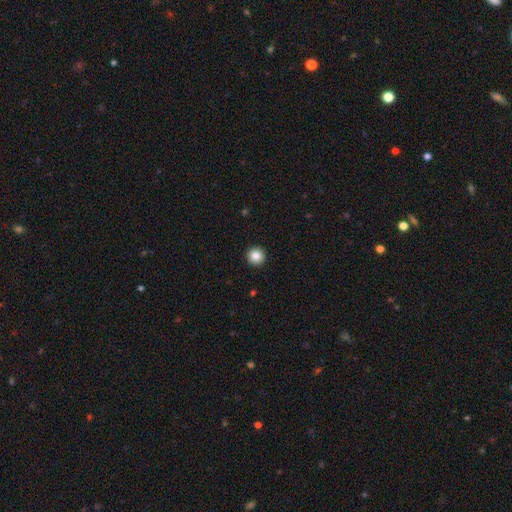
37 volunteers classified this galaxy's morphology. Smooth or featured? 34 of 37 (92%) said smooth. How rounded? 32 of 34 (94%) said round. Merging? 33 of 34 (97%) said none.